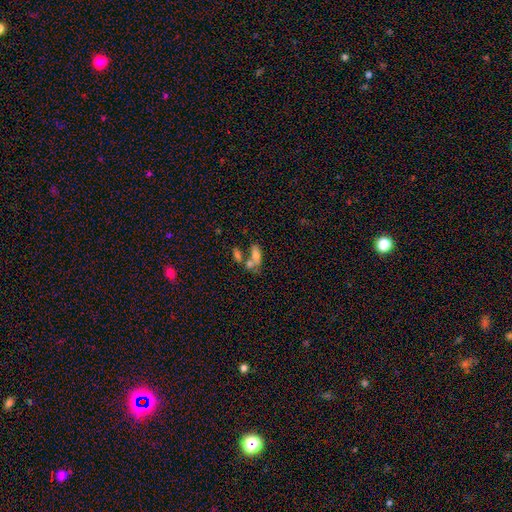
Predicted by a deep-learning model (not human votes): This appears to be a smooth galaxy with no disk features (49%). Merging: merger (46%).